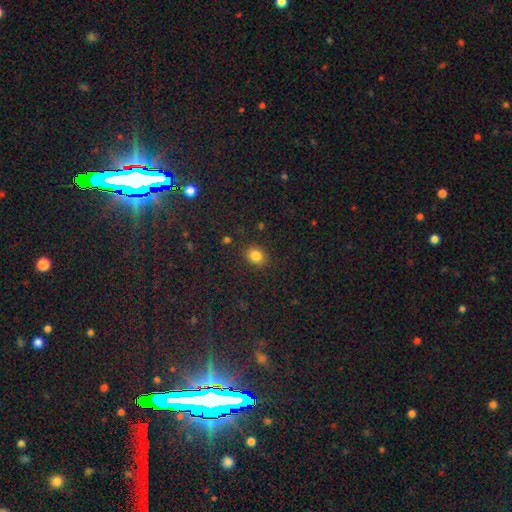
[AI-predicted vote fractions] smooth 83%, star or artifact 12%, featured or disk 5%. Down the decision tree: how rounded — round (59%); merging — none (86%).